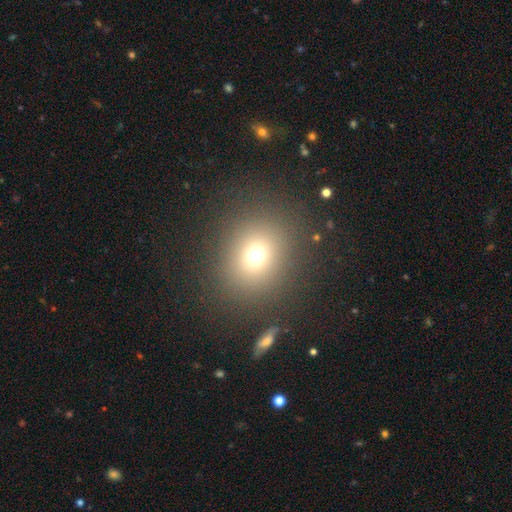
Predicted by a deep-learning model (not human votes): Smooth or featured: smooth — 70% (star or artifact — 20%)
How rounded: round — 76% (in between — 23%)
Merging: none — 85% (minor disturbance — 7%)